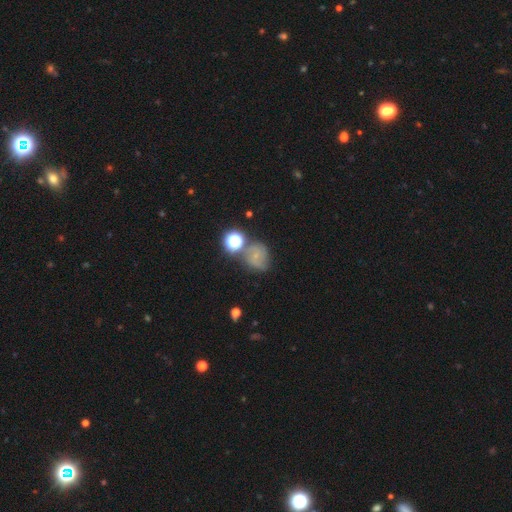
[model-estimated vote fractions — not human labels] Morphology: type=featured or disk (40%); merging=none (53%).